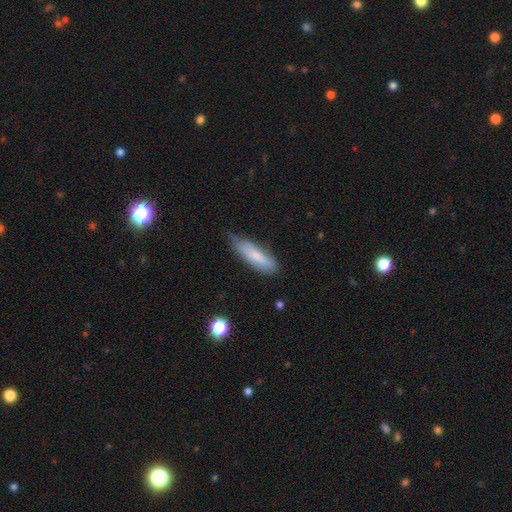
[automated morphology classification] Q: Smooth or featured?
A: smooth (77%); runner-up: featured or disk (17%)
Q: How rounded?
A: cigar-shaped (58%); runner-up: in between (40%)
Q: Merging?
A: none (63%); runner-up: minor disturbance (30%)